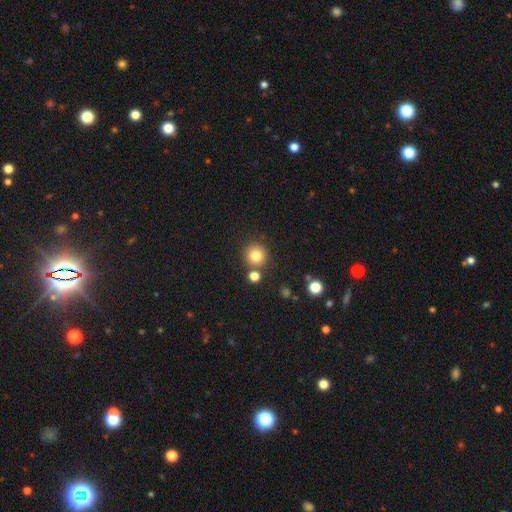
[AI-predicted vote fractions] Smooth or featured? Predicted: smooth (p=0.81). How rounded? Predicted: round (p=0.93). Merging? Predicted: none (p=0.79).